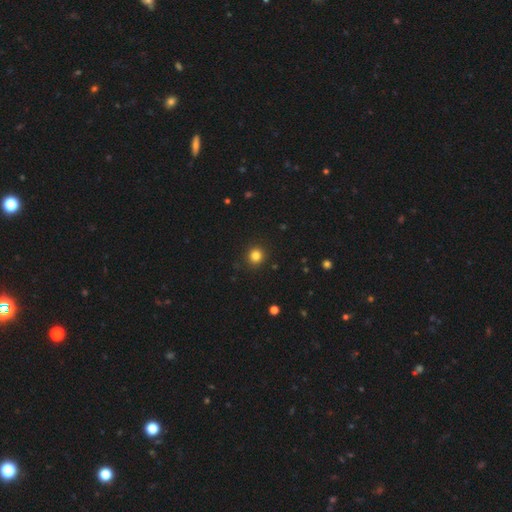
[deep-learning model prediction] Overall: smooth (83%). How rounded: round (92%). Merging: none (92%).